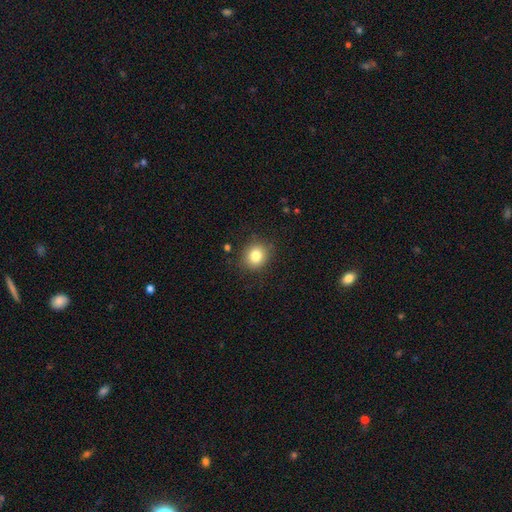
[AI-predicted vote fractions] Q: Smooth or featured?
A: smooth (82%); runner-up: star or artifact (11%)
Q: How rounded?
A: round (76%); runner-up: in between (23%)
Q: Merging?
A: none (85%); runner-up: minor disturbance (10%)